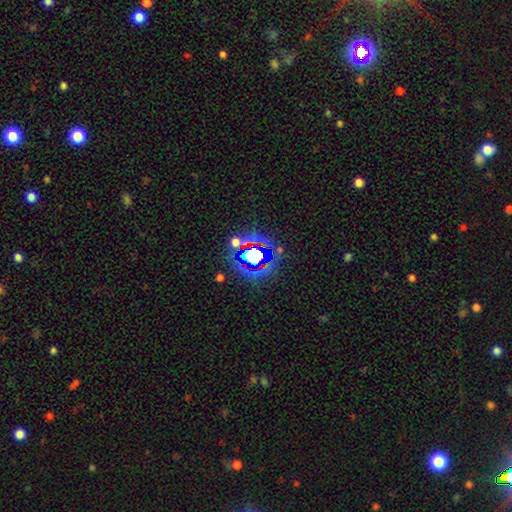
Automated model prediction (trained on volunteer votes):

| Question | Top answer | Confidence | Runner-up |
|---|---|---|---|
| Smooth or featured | star or artifact | 68% | smooth (20%) |